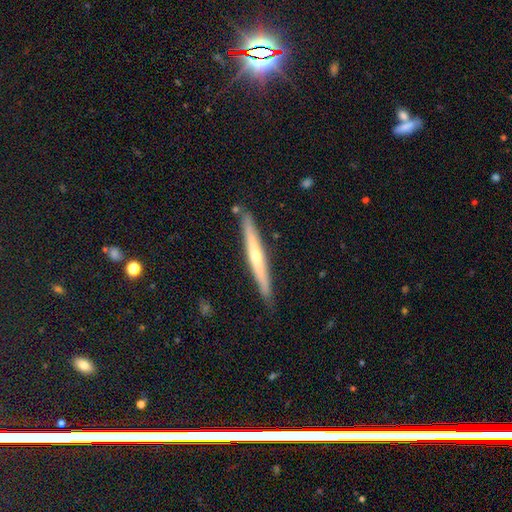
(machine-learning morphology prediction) Smooth or featured? featured or disk (67%)
Edge-on disk? yes (97%)
Edge-on bulge? rounded (69%)
Merging? none (89%)